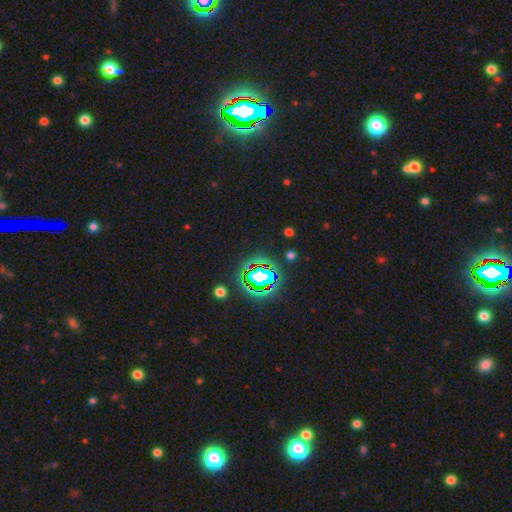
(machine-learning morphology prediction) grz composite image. It shows a star or artifact, not a galaxy (81%).